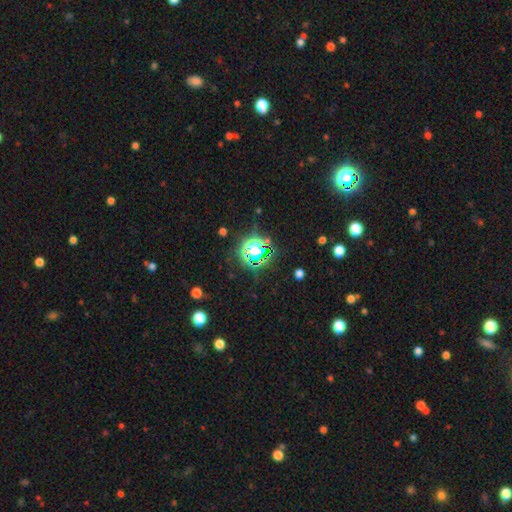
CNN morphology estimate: Smooth or featured? Predicted: star or artifact (p=0.78).